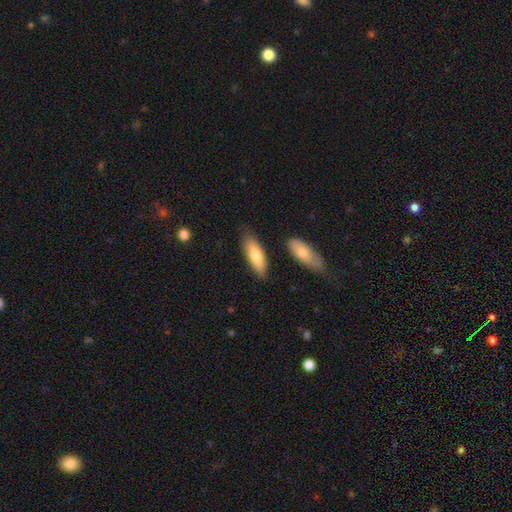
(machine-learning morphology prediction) smooth-or-featured: smooth: 76% | featured or disk: 19% | star or artifact: 5%
  how-rounded: in between: 64% | cigar-shaped: 33% | round: 2%
  merging: none: 76% | minor disturbance: 14% | merger: 7% | major disturbance: 3%